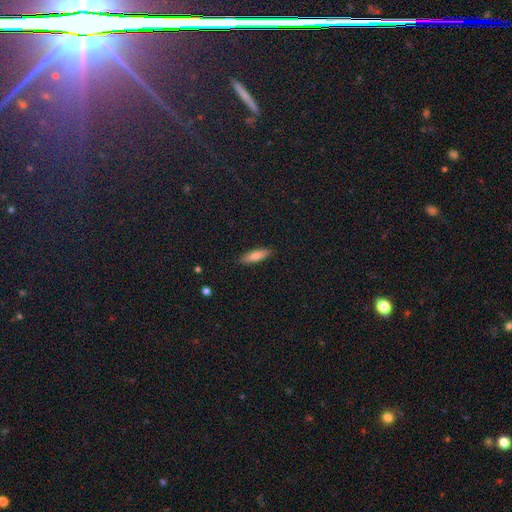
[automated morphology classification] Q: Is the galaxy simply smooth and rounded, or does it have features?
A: smooth — 75%.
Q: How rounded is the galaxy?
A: cigar-shaped — 65%.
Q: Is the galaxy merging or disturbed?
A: none — 89%.